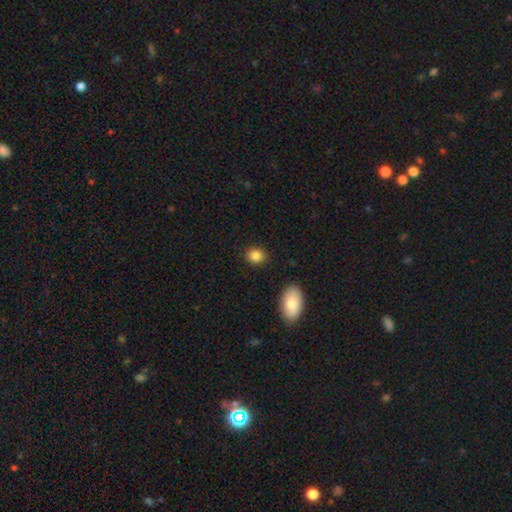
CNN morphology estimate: This is clearly a smooth galaxy (87%). How rounded: possibly round (60%). Merging: clearly none (88%).